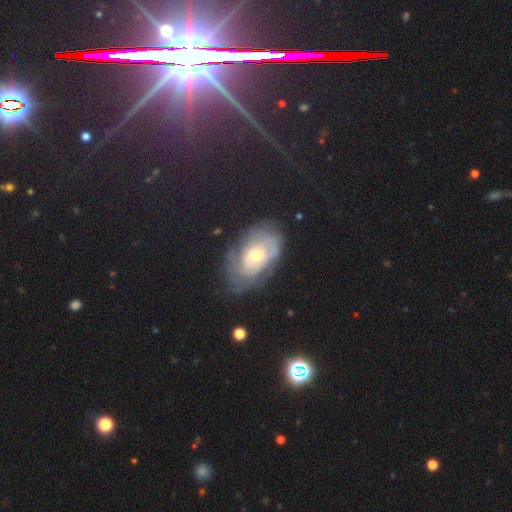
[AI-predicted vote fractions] Smooth or featured: featured or disk — 75% (smooth — 16%)
Edge-on disk: no — 95% (yes — 5%)
Bar: no — 79% (weak — 18%)
Spiral arms: yes — 84% (no — 16%)
Spiral winding: tight — 69% (medium — 23%)
Spiral arm count: can't tell — 56% (2 — 20%)
Bulge size: moderate — 51% (small — 44%)
Merging: none — 62% (minor disturbance — 23%)